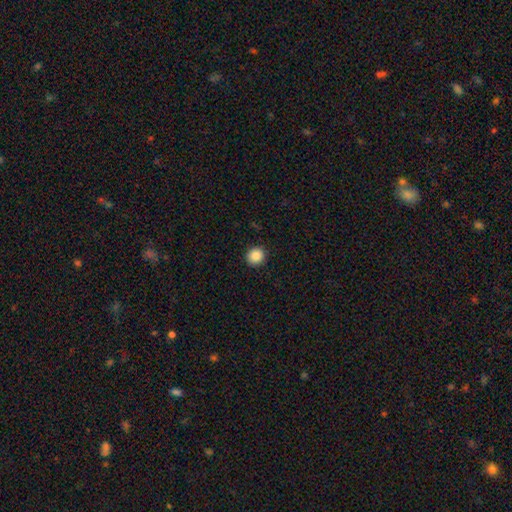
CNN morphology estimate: A smooth galaxy with no disk features (87%) that is round (88%). Merging: none (92%).